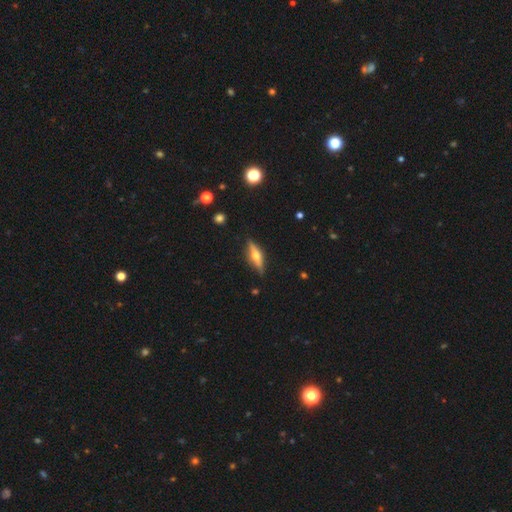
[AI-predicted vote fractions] Q: Smooth or featured?
A: featured or disk (64%); runner-up: smooth (30%)
Q: Edge-on disk?
A: yes (95%); runner-up: no (5%)
Q: Edge-on bulge?
A: rounded (93%); runner-up: boxy (5%)
Q: Merging?
A: none (86%); runner-up: minor disturbance (10%)